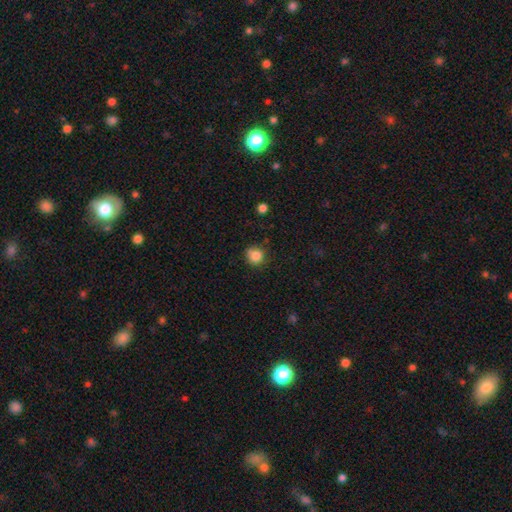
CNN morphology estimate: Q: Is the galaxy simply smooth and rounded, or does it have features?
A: smooth — 84%.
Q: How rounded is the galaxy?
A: round — 87%.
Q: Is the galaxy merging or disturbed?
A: none — 74%.